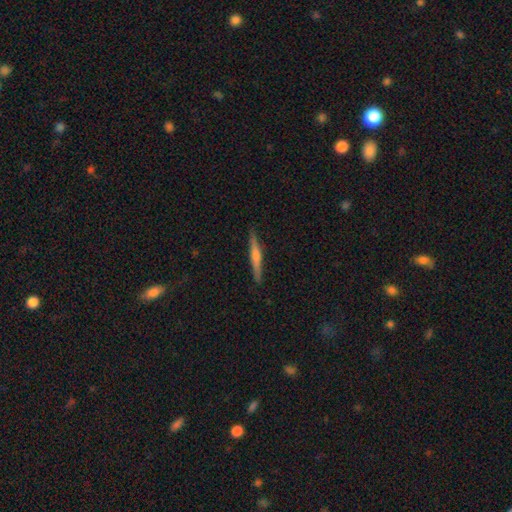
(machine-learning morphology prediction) Q: Smooth or featured?
A: featured or disk (64%); runner-up: smooth (30%)
Q: Edge-on disk?
A: yes (98%); runner-up: no (2%)
Q: Edge-on bulge?
A: rounded (67%); runner-up: none (21%)
Q: Merging?
A: none (91%); runner-up: minor disturbance (7%)